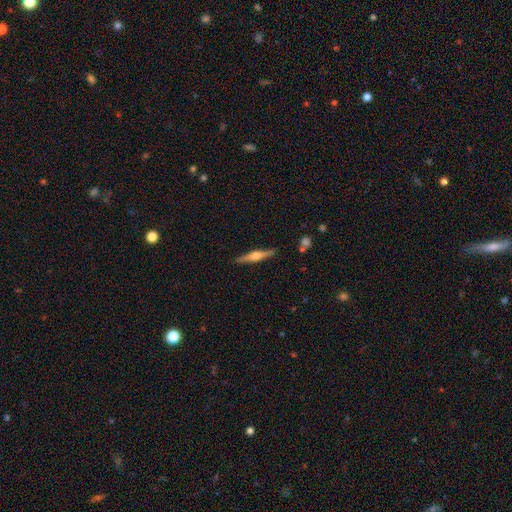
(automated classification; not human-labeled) Q: Smooth or featured?
A: featured or disk (70%); runner-up: smooth (24%)
Q: Edge-on disk?
A: yes (98%); runner-up: no (2%)
Q: Edge-on bulge?
A: rounded (84%); runner-up: boxy (13%)
Q: Merging?
A: none (89%); runner-up: minor disturbance (8%)